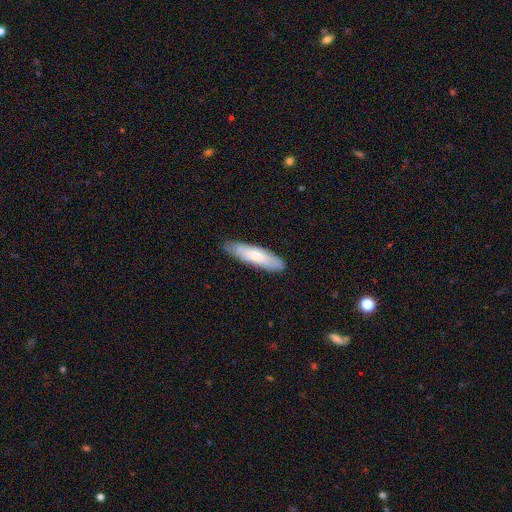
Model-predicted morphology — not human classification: Smooth or featured? Predicted: smooth (p=0.68). How rounded? Predicted: cigar-shaped (p=0.70). Merging? Predicted: none (p=0.82).